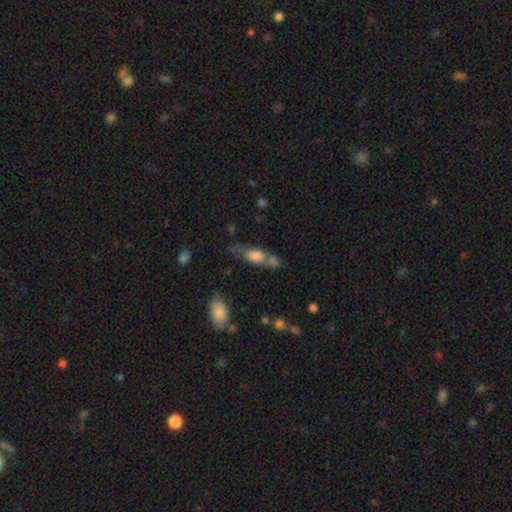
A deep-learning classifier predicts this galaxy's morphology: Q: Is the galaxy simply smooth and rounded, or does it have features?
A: smooth — 66%.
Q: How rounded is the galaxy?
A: in between — 66%.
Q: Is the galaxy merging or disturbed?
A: merger — 36%.